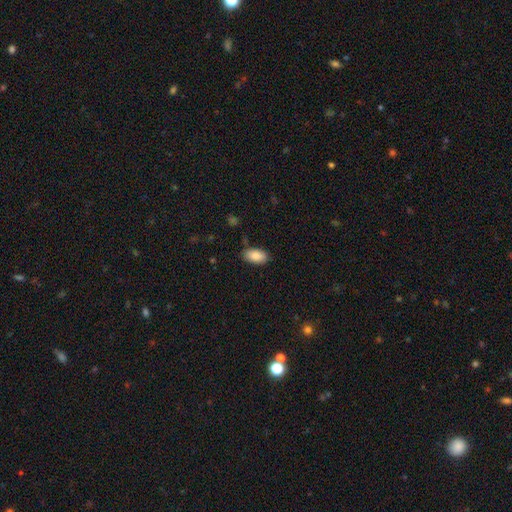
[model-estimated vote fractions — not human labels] Smooth or featured?
  - smooth: 89% *
  - star or artifact: 7%
  - featured or disk: 5%
How rounded?
  - in between: 94% *
  - cigar-shaped: 3%
  - round: 3%
Merging?
  - none: 84% *
  - minor disturbance: 12%
  - major disturbance: 3%
  - merger: 2%